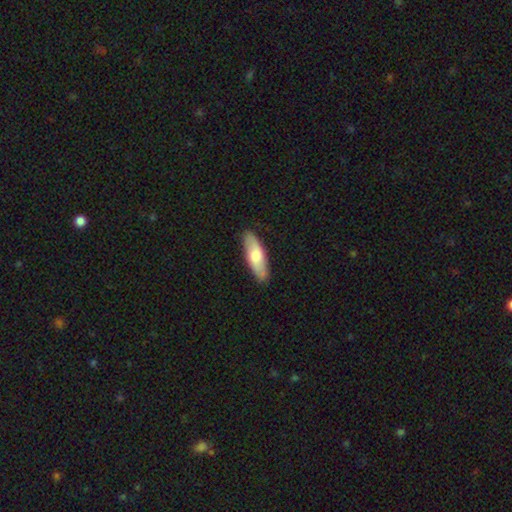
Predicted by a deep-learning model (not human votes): smooth_or_featured: smooth (p=0.69) [alt: featured or disk p=0.26]
how_rounded: in between (p=0.60) [alt: cigar-shaped p=0.38]
merging: none (p=0.86) [alt: minor disturbance p=0.11]